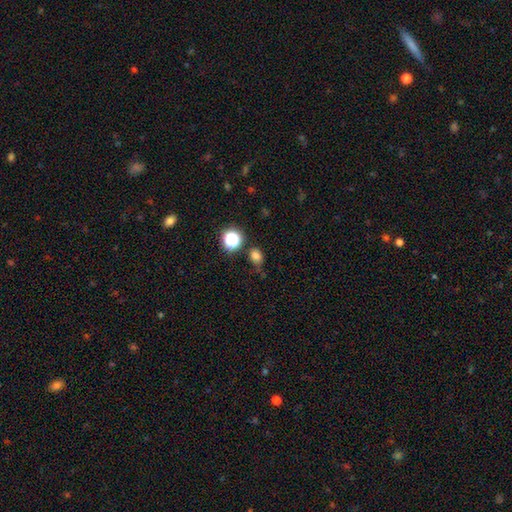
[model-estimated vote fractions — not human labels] A smooth galaxy with no disk features (76%) that is round (54%). Merging: none (66%).